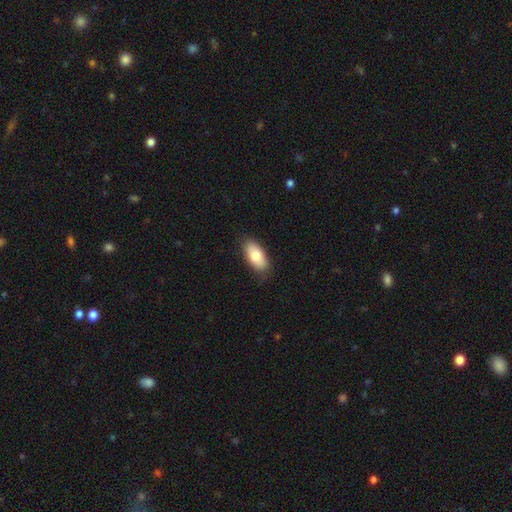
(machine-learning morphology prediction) Overall: smooth (79%). How rounded: in between (91%). Merging: none (84%).